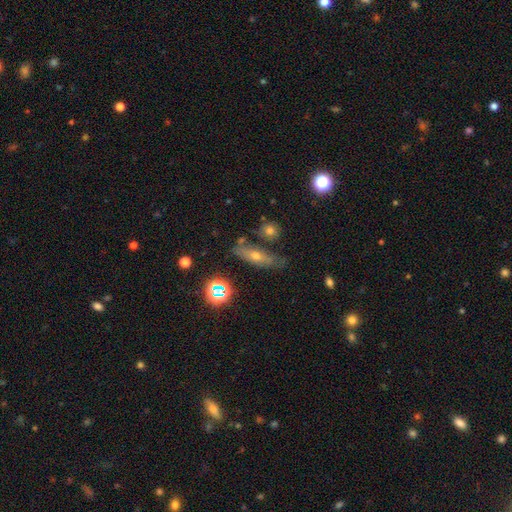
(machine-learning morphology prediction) Overall: featured or disk (41%; smooth 40%). Merging: none (67%).